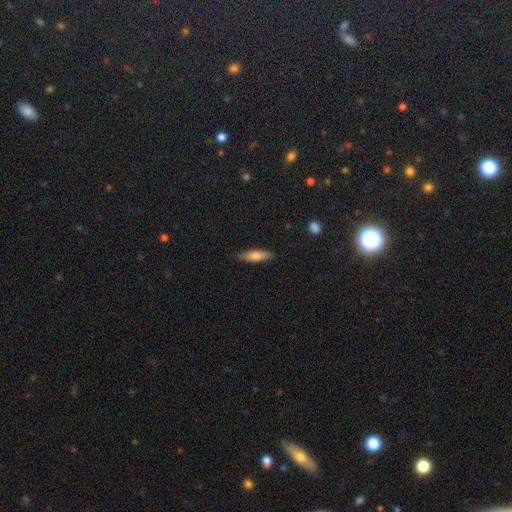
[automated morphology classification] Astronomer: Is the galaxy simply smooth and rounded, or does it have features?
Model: smooth — 72%.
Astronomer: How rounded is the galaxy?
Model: cigar-shaped — 67%.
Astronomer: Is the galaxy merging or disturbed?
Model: none — 87%.